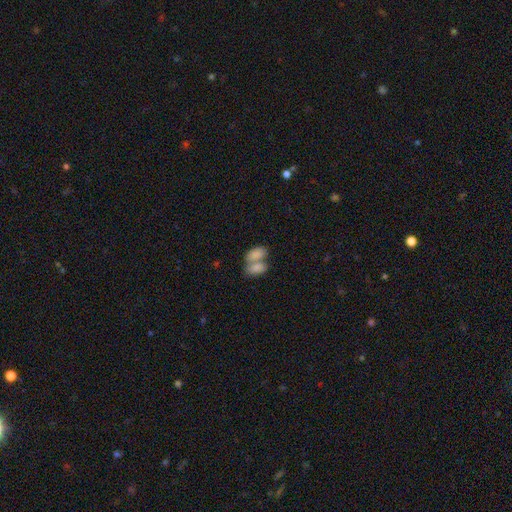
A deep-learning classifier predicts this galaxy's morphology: Smooth or featured? Predicted: smooth (p=0.81). How rounded? Predicted: in between (p=0.92). Merging? Predicted: merger (p=0.72).